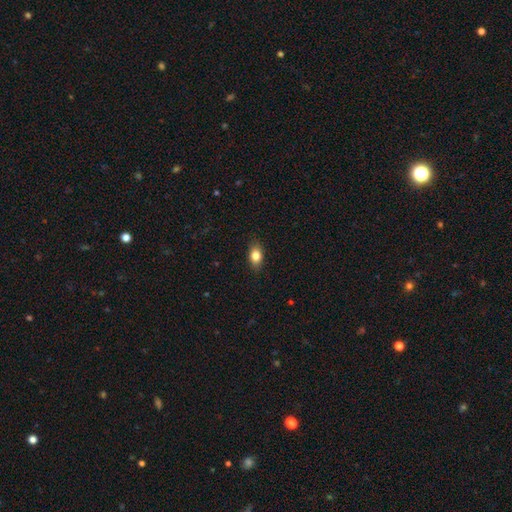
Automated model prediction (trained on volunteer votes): Morphology: type=smooth (82%); roundness=in between (83%); merging=none (86%).